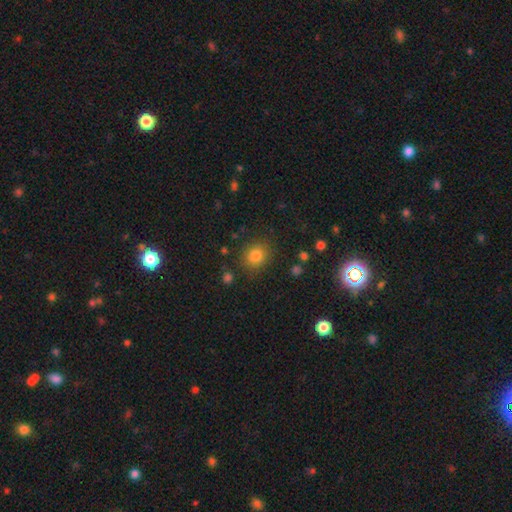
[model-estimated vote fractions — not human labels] This is clearly a smooth galaxy (82%). How rounded: likely round (68%). Merging: clearly none (84%).